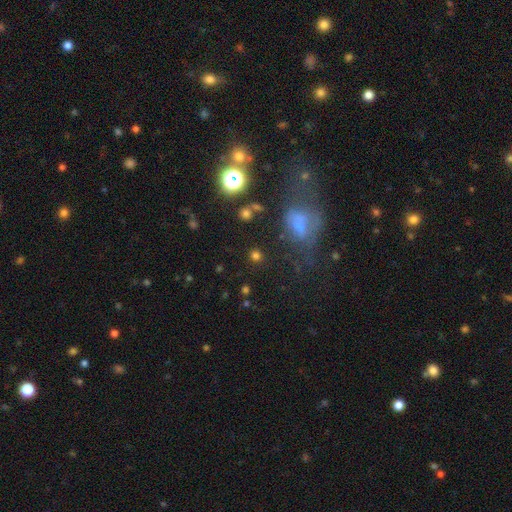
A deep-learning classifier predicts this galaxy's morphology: smooth-or-featured: smooth: 72% | star or artifact: 22% | featured or disk: 7%
  how-rounded: round: 88% | in between: 11% | cigar-shaped: 1%
  merging: none: 85% | minor disturbance: 8% | merger: 4% | major disturbance: 4%